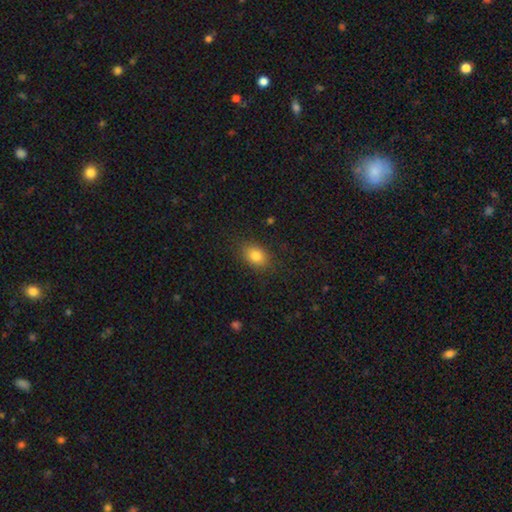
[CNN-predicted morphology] A smooth galaxy with no disk features (83%) that is in between round and cigar-shaped (73%). Merging: none (83%).